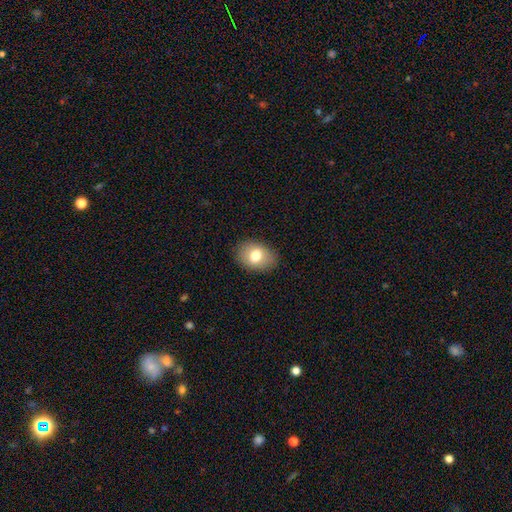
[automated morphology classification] The model was most divided on "how rounded": in between: 72%, round: 27%, cigar-shaped: 1%. More confident: merging — none (86%); smooth or featured — smooth (77%).